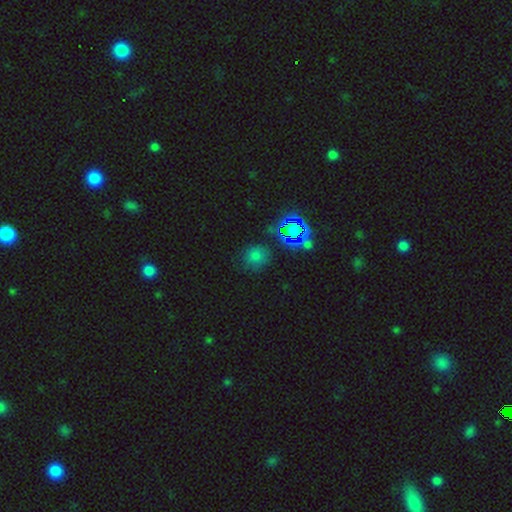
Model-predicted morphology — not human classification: smooth 63%, star or artifact 30%, featured or disk 7%. Down the decision tree: how rounded — round (86%); merging — none (77%).